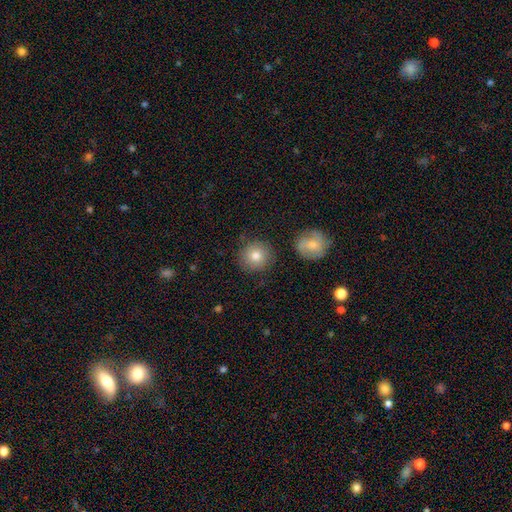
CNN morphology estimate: A smooth galaxy with no disk features (80%) that is round (92%). Merging: none (84%).